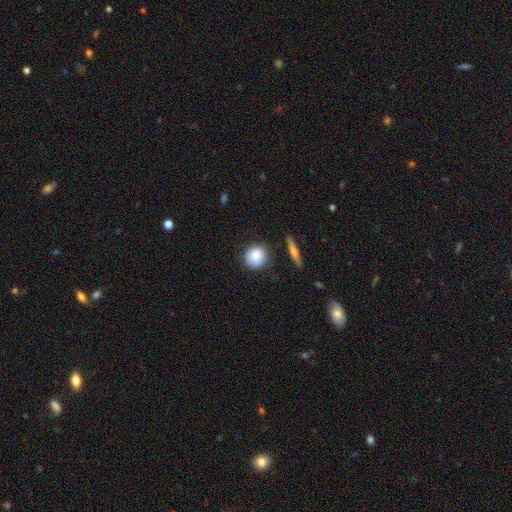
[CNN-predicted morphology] Smooth or featured?
  - smooth: 86% *
  - featured or disk: 7%
  - star or artifact: 7%
How rounded?
  - round: 85% *
  - in between: 14%
  - cigar-shaped: 2%
Merging?
  - none: 79% *
  - minor disturbance: 14%
  - major disturbance: 3%
  - merger: 3%